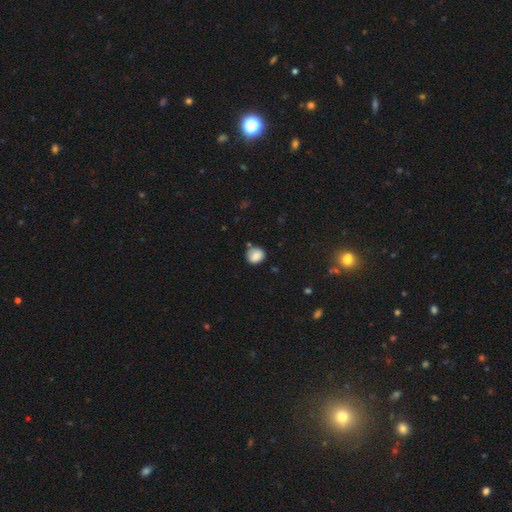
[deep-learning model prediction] This appears to be a smooth galaxy with no disk features (83%) that is round (77%). Merging: none (71%).